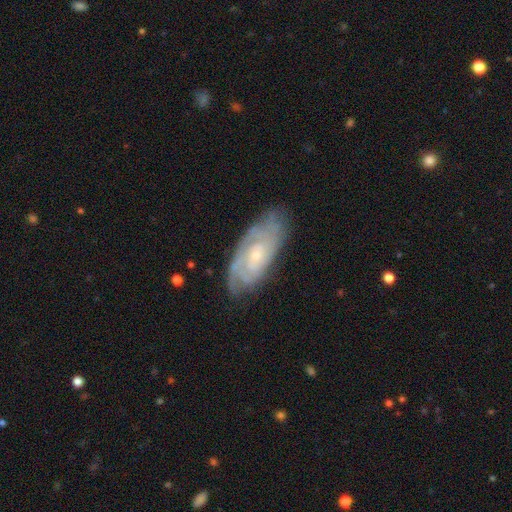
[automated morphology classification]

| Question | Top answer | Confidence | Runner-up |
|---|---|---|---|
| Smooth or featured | featured or disk | 80% | smooth (14%) |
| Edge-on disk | no | 92% | yes (8%) |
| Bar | no | 72% | weak (23%) |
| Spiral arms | yes | 93% | no (7%) |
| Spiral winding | tight | 73% | medium (22%) |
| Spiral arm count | can't tell | 44% | 2 (22%) |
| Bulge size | small | 75% | moderate (21%) |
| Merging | none | 75% | minor disturbance (19%) |